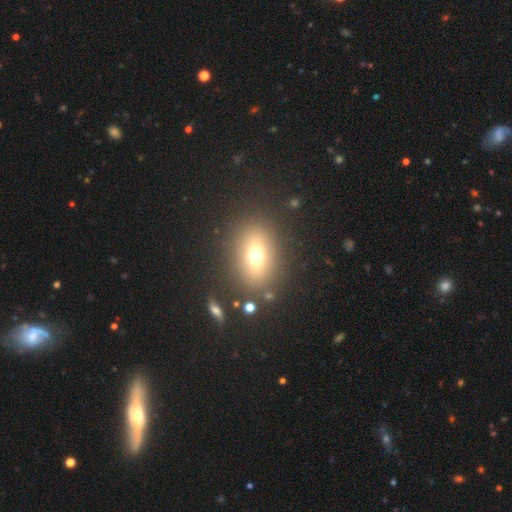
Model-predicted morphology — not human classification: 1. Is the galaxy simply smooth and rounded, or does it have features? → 68% smooth, 16% featured or disk, 16% star or artifact.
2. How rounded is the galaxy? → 62% in between, 35% round, 3% cigar-shaped.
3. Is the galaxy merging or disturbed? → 83% none, 9% minor disturbance, 5% major disturbance, 3% merger.